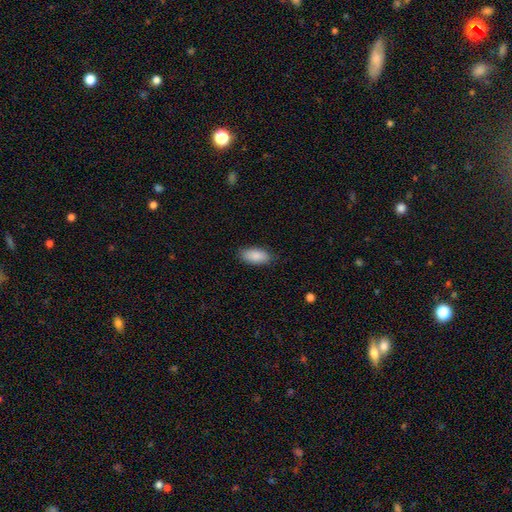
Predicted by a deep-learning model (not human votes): Morphology: type=smooth (89%); roundness=in between (91%); merging=none (86%).